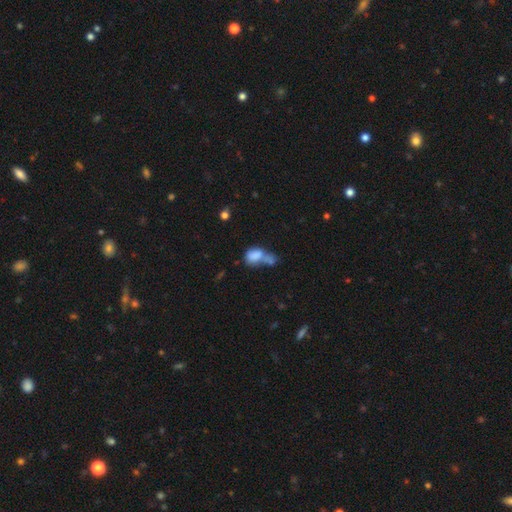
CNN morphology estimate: smooth 77%, featured or disk 13%, star or artifact 10%. Down the decision tree: how rounded — in between (75%); merging — merger (60%).